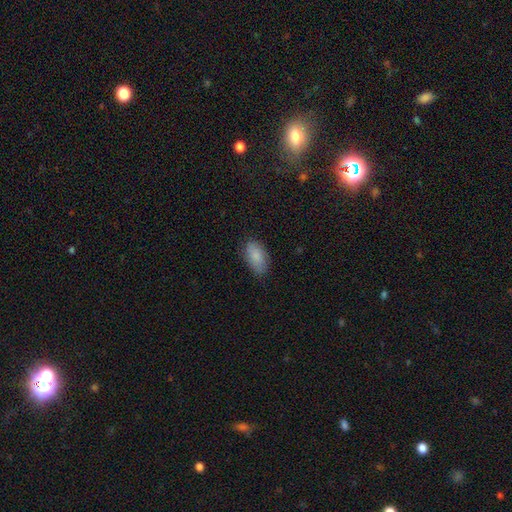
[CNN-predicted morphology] smooth 82%, featured or disk 12%, star or artifact 6%. Down the decision tree: how rounded — in between (93%); merging — none (78%).